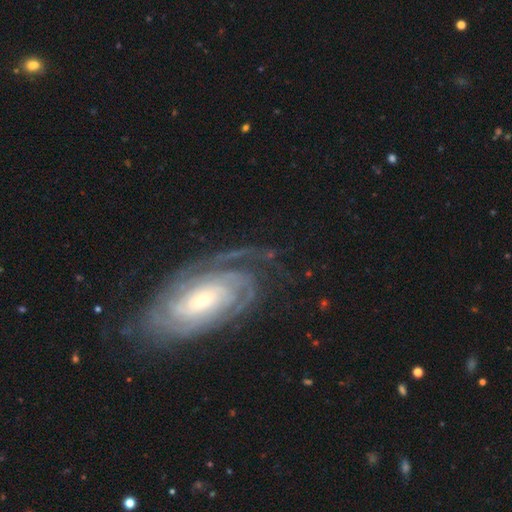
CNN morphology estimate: Smooth or featured? Predicted: featured or disk (p=0.87). Edge-on disk? Predicted: no (p=0.94). Bar? Predicted: no (p=0.52). Spiral arms? Predicted: yes (p=0.97). Spiral winding? Predicted: tight (p=0.78). Spiral arm count? Predicted: can't tell (p=0.29). Bulge size? Predicted: moderate (p=0.47). Merging? Predicted: none (p=0.77).